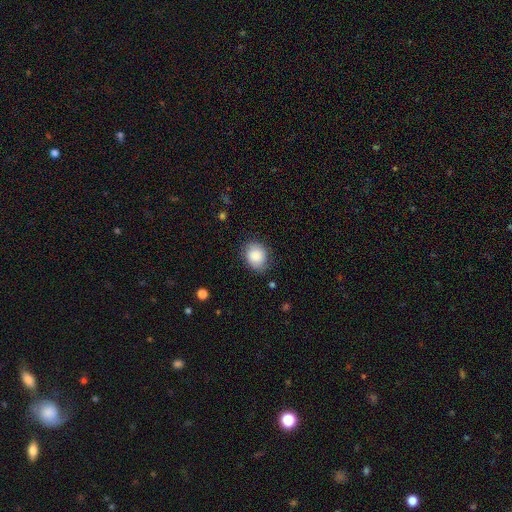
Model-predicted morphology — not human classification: type=smooth (87%); roundness=round (52%); merging=none (79%).